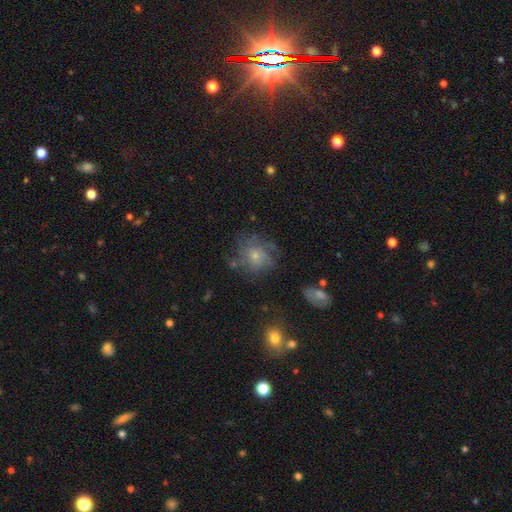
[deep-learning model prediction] featured or disk 52%, smooth 34%, star or artifact 14%. Down the decision tree: edge-on disk — no (97%); bar — no (84%); spiral arms — yes (76%); bulge size — small (65%); merging — none (60%).